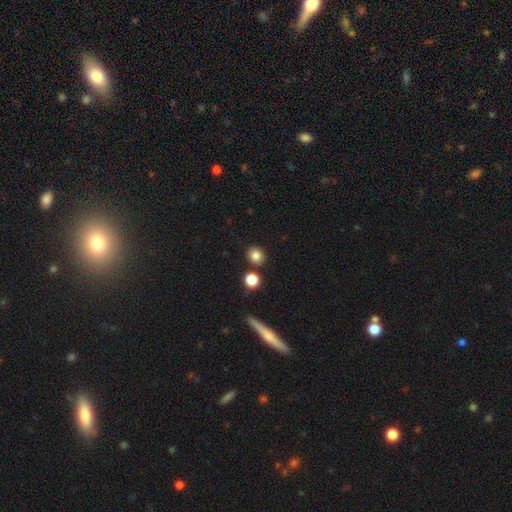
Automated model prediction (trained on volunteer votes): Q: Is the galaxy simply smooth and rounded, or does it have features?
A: smooth — 84%.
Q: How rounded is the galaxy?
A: round — 82%.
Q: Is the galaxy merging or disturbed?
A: none — 83%.